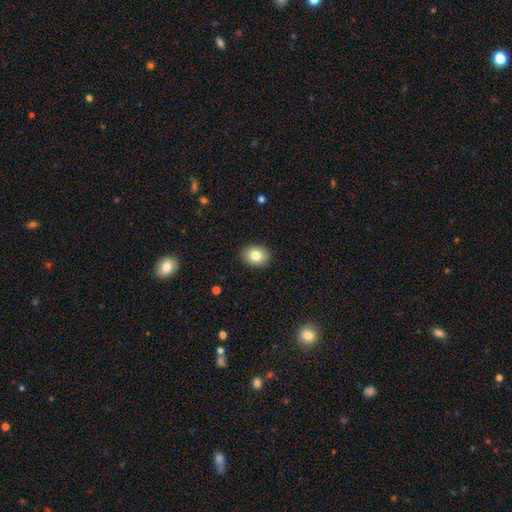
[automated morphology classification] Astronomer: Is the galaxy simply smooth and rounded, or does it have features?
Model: smooth — 82%.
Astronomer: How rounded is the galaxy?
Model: in between — 53% (runner-up: round, 46%).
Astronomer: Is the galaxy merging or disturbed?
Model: none — 90%.